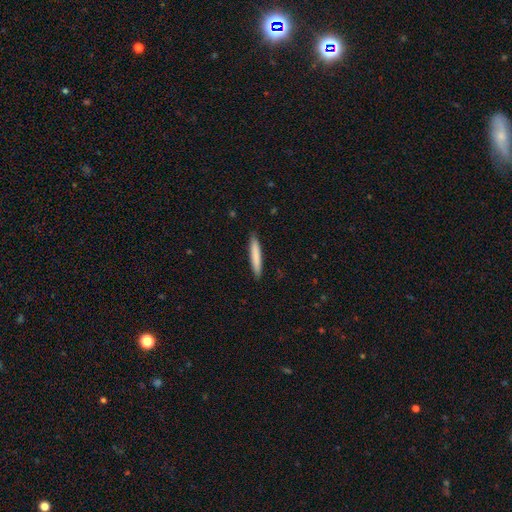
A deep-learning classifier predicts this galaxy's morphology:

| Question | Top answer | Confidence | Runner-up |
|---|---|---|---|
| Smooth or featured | smooth | 80% | featured or disk (14%) |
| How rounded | cigar-shaped | 93% | in between (6%) |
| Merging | none | 89% | minor disturbance (8%) |